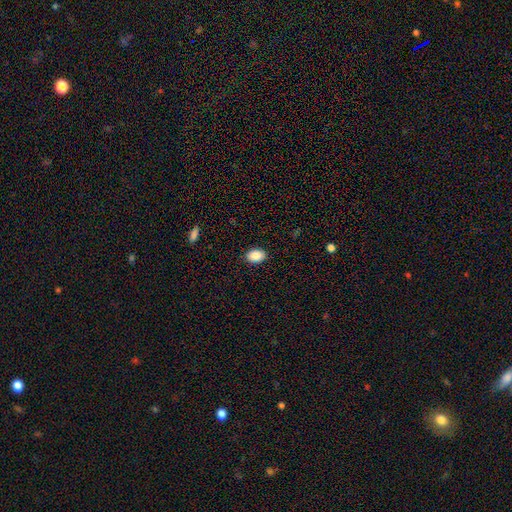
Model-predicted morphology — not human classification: smooth 88%, star or artifact 8%, featured or disk 4%. Down the decision tree: how rounded — in between (80%); merging — none (88%).